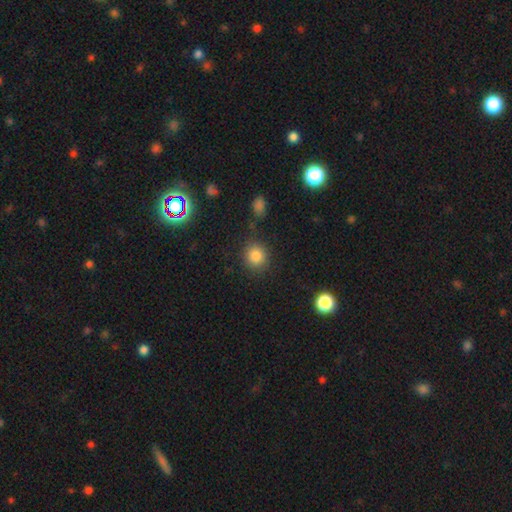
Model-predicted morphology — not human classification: Q: Smooth or featured?
A: smooth (83%); runner-up: star or artifact (11%)
Q: How rounded?
A: round (85%); runner-up: in between (14%)
Q: Merging?
A: none (81%); runner-up: minor disturbance (10%)